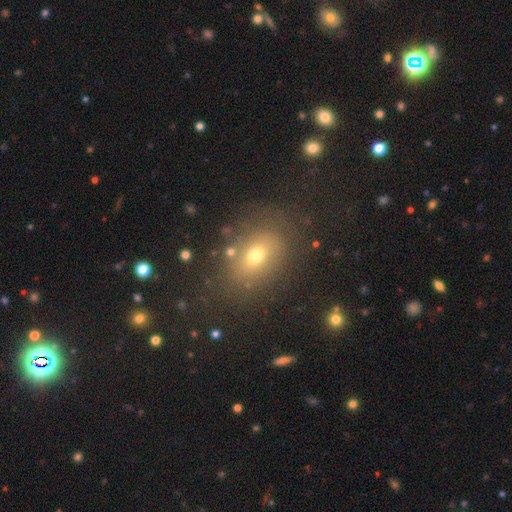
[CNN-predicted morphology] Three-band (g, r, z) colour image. It shows a smooth galaxy with no disk features (64%) that is in between round and cigar-shaped (75%). Merging: none (79%).